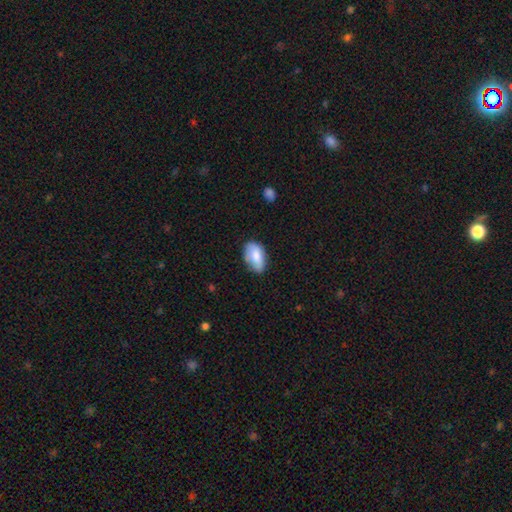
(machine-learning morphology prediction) Smooth or featured? smooth (78%)
How rounded? in between (92%)
Merging? none (67%)